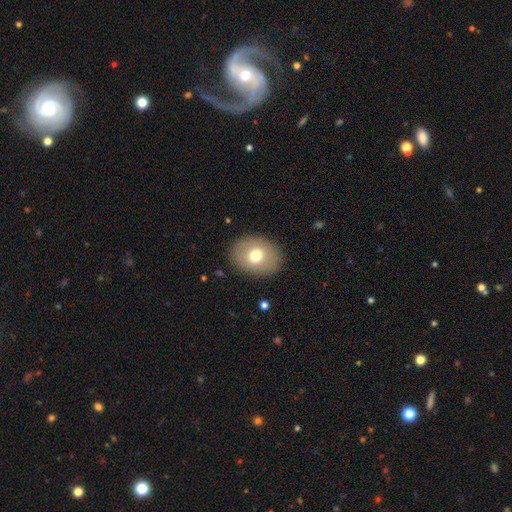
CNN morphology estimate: smooth-or-featured: smooth: 71% | featured or disk: 21% | star or artifact: 8%
  how-rounded: in between: 59% | round: 40% | cigar-shaped: 1%
  merging: none: 88% | minor disturbance: 8% | major disturbance: 3% | merger: 1%